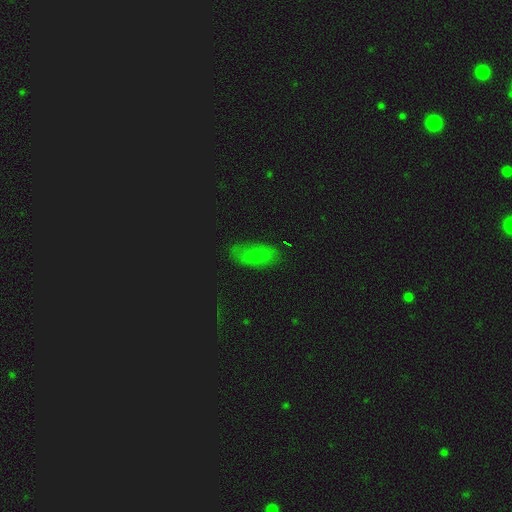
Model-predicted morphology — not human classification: The model was most divided on "smooth or featured": smooth: 65%, star or artifact: 20%, featured or disk: 14%. More confident: how rounded — in between (90%); merging — none (77%).